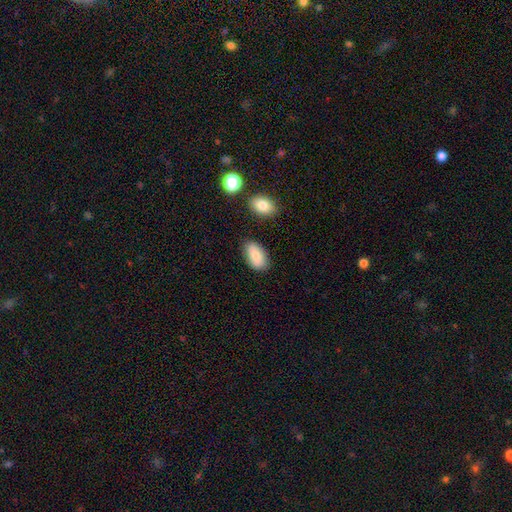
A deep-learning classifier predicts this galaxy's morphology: Smooth or featured?
  - smooth: 80% *
  - featured or disk: 13%
  - star or artifact: 7%
How rounded?
  - in between: 93% *
  - round: 5%
  - cigar-shaped: 2%
Merging?
  - none: 78% *
  - minor disturbance: 15%
  - merger: 4%
  - major disturbance: 3%